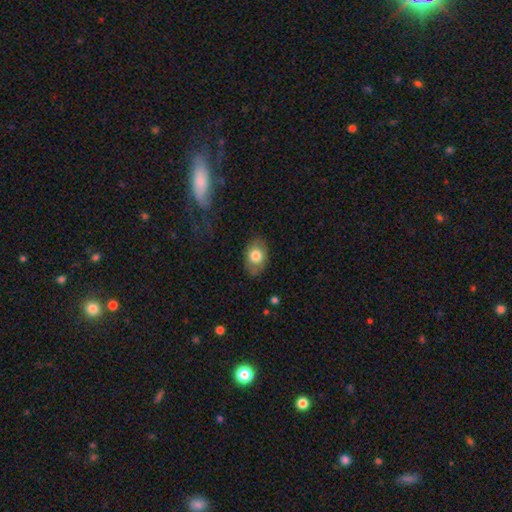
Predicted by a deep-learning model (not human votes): Morphology: type=smooth (77%); roundness=in between (83%); merging=none (82%).